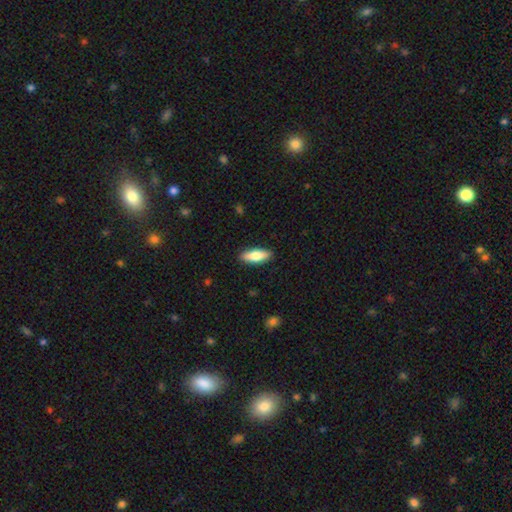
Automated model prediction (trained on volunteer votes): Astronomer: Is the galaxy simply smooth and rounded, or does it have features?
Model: smooth — 76%.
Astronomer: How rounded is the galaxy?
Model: in between — 67%.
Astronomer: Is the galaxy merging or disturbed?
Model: none — 89%.